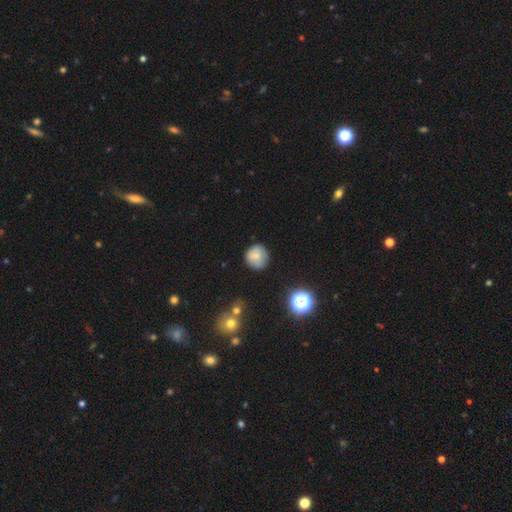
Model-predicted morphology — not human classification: type=smooth (77%); roundness=round (89%); merging=none (80%).